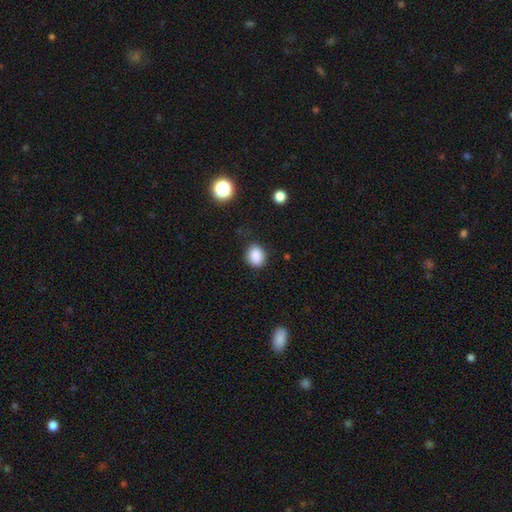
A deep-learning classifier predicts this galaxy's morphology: type=smooth (87%); roundness=round (59%); merging=none (82%).